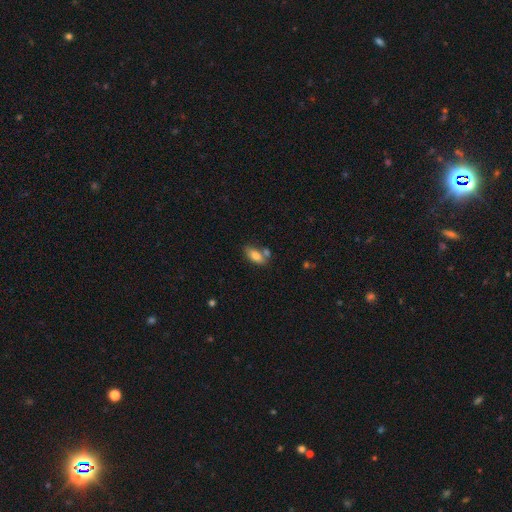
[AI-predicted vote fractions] A smooth galaxy with no disk features (77%) that is in between round and cigar-shaped (84%).

Vote fractions:
- Smooth or featured? smooth: 77% / featured or disk: 15% / star or artifact: 8%
- How rounded? in between: 84% / cigar-shaped: 12% / round: 4%
- Merging? none: 61% / merger: 21% / minor disturbance: 15% / major disturbance: 4%